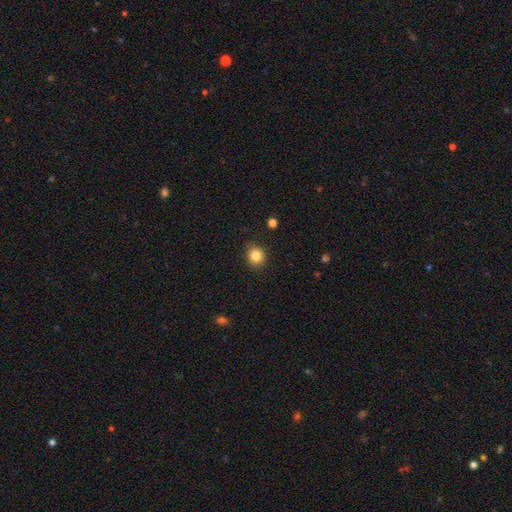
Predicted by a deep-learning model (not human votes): Smooth or featured? smooth (83%)
How rounded? round (78%)
Merging? none (88%)